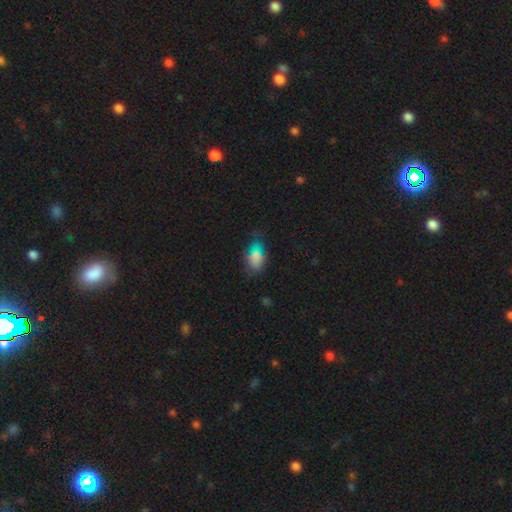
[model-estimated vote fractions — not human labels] smooth-or-featured: smooth: 66% | star or artifact: 20% | featured or disk: 14%
  how-rounded: in between: 87% | round: 10% | cigar-shaped: 3%
  merging: none: 60% | minor disturbance: 25% | major disturbance: 11% | merger: 4%